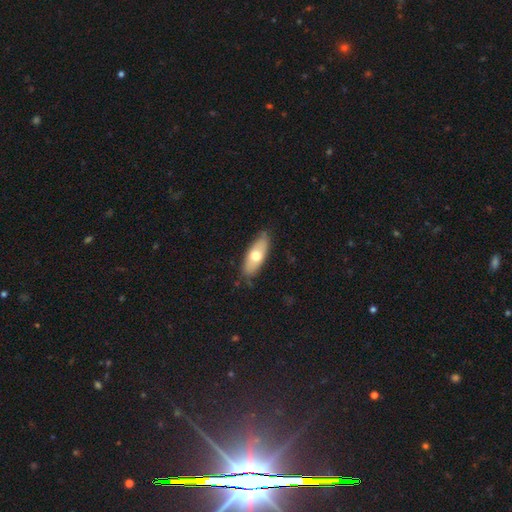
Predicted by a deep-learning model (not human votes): The model was most divided on "smooth or featured": smooth: 63%, featured or disk: 31%, star or artifact: 6%. More confident: merging — none (80%); how rounded — in between (75%).